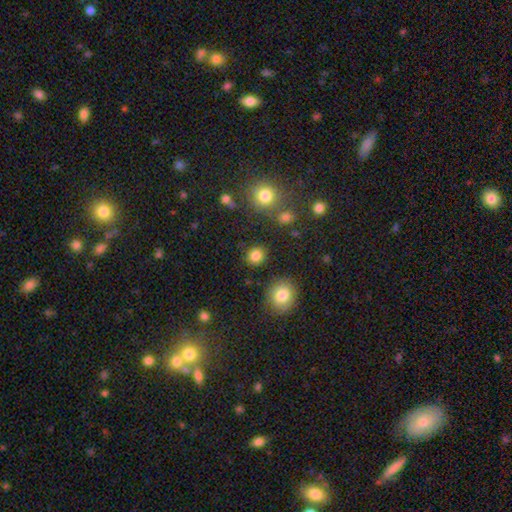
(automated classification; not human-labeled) The model was most divided on "how rounded": round: 85%, in between: 14%, cigar-shaped: 1%. More confident: merging — none (87%); smooth or featured — smooth (84%).